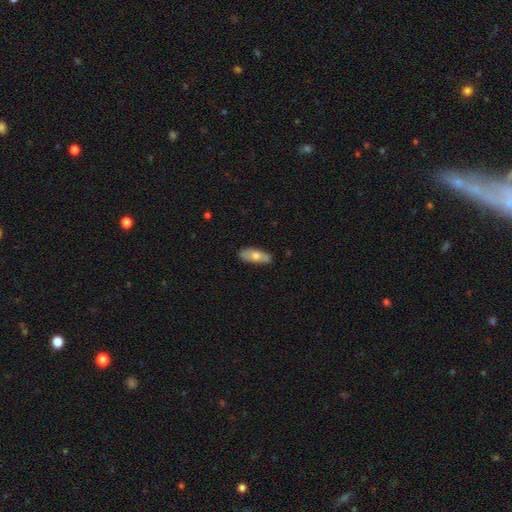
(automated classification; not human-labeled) The model was most divided on "smooth or featured": smooth: 66%, featured or disk: 28%, star or artifact: 6%. More confident: merging — none (82%); how rounded — in between (73%).